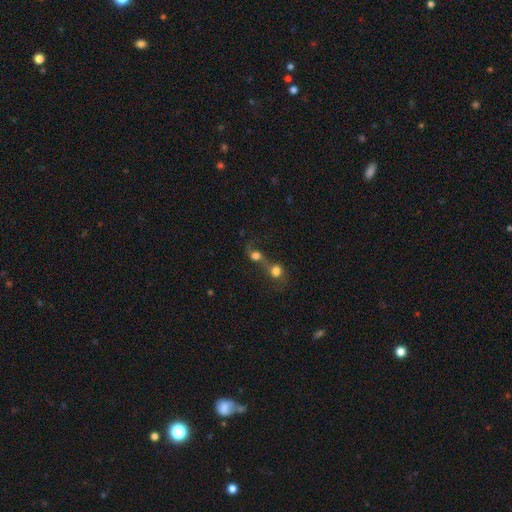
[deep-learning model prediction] This is likely a smooth galaxy (66%). How rounded: likely round (72%). Merging: likely merger (74%).